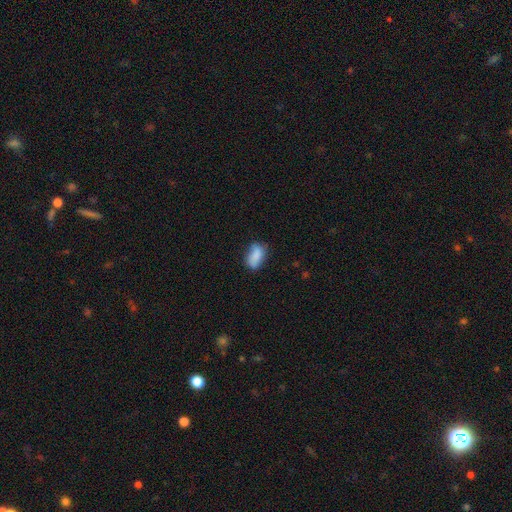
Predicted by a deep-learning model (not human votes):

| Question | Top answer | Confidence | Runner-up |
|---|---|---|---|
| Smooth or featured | smooth | 81% | featured or disk (11%) |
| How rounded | in between | 89% | round (6%) |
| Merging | none | 59% | minor disturbance (30%) |